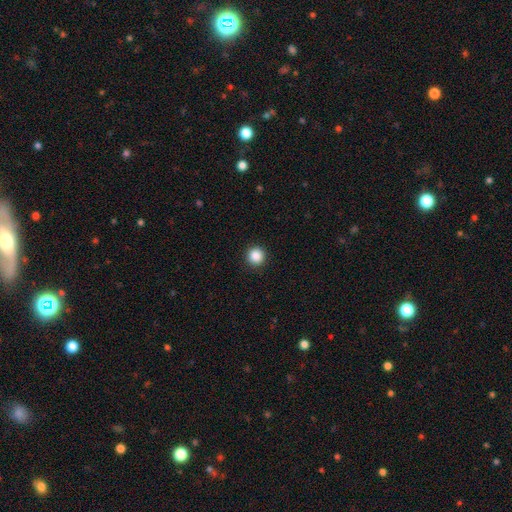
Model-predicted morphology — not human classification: Smooth or featured? Predicted: smooth (p=0.88). How rounded? Predicted: round (p=0.95). Merging? Predicted: none (p=0.93).